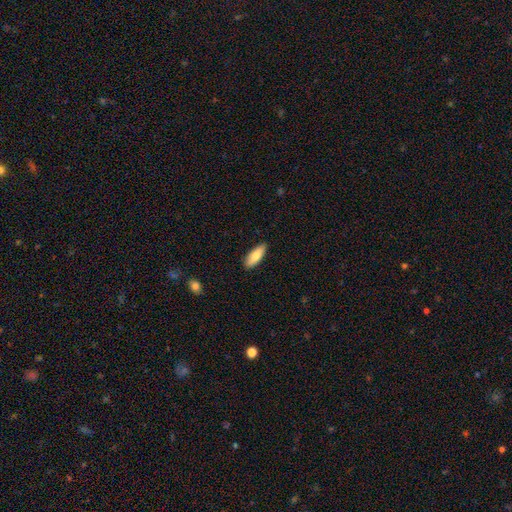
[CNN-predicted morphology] smooth_or_featured: smooth (p=0.76) [alt: featured or disk p=0.18]
how_rounded: in between (p=0.61) [alt: cigar-shaped p=0.37]
merging: none (p=0.89) [alt: minor disturbance p=0.09]